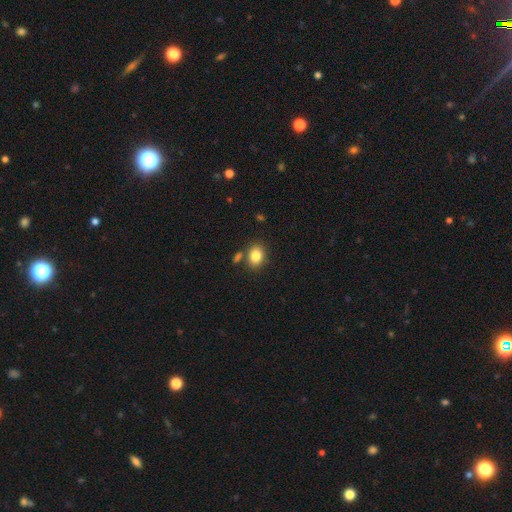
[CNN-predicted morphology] smooth_or_featured: smooth (p=0.83) [alt: star or artifact p=0.10]
how_rounded: in between (p=0.57) [alt: round p=0.42]
merging: none (p=0.73) [alt: minor disturbance p=0.12]